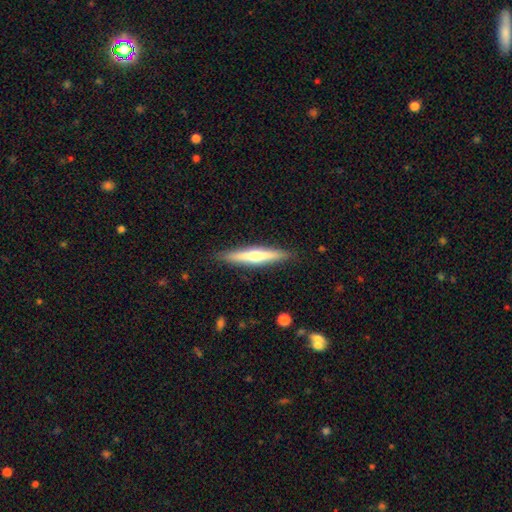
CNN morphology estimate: featured or disk 51%, smooth 44%, star or artifact 5%. Down the decision tree: edge-on disk — yes (95%); merging — none (89%).